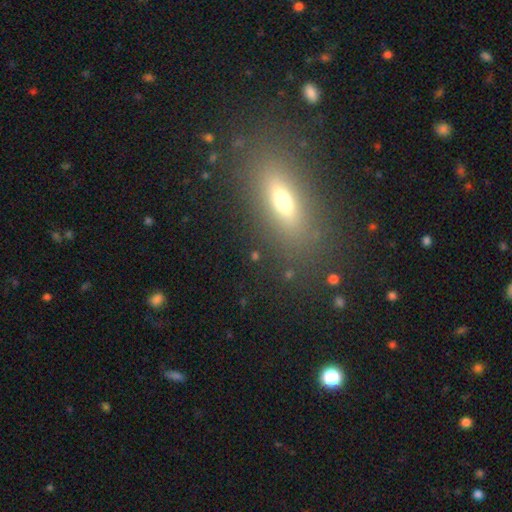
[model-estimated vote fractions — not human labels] A smooth galaxy with no disk features (56%) that is in between round and cigar-shaped (53%).

Vote fractions:
- Smooth or featured? smooth: 56% / featured or disk: 22% / star or artifact: 22%
- How rounded? in between: 53% / cigar-shaped: 25% / round: 22%
- Merging? none: 81% / minor disturbance: 10% / major disturbance: 5% / merger: 4%